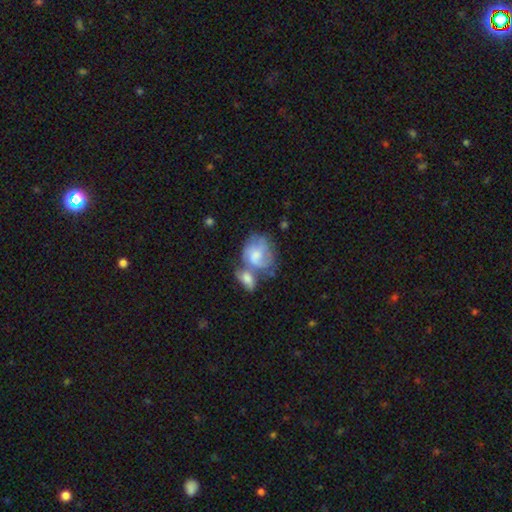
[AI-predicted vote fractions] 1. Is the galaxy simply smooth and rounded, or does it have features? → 53% featured or disk, 40% smooth, 7% star or artifact.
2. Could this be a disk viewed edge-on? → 97% no, 3% yes.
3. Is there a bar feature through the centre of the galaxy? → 67% no, 28% weak, 5% strong.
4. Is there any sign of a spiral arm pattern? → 73% yes, 27% no.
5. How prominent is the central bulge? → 42% moderate, 28% small, 16% none, 12% large, 2% dominant.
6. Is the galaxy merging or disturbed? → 50% merger, 23% none, 14% minor disturbance, 13% major disturbance.